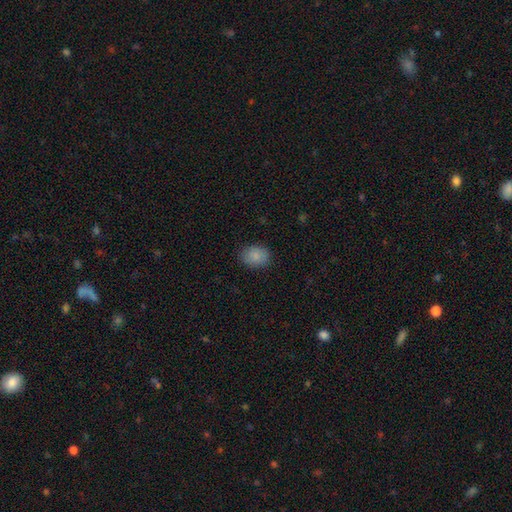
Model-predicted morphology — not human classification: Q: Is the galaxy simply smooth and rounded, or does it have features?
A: smooth — 87%.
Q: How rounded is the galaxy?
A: in between — 56%.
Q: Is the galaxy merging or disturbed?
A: none — 86%.